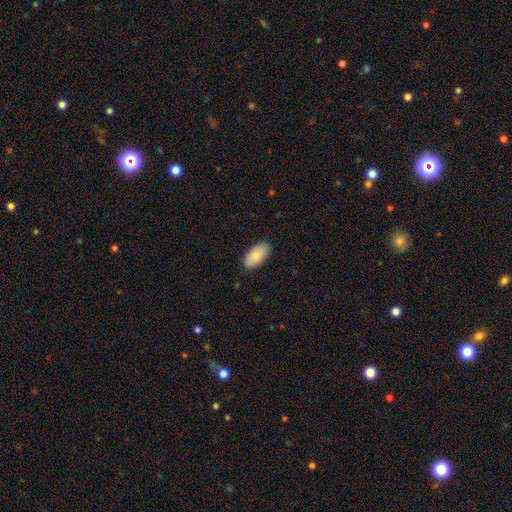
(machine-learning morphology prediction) A smooth galaxy with no disk features (87%) that is in between round and cigar-shaped (95%).

Vote fractions:
- Smooth or featured? smooth: 87% / featured or disk: 7% / star or artifact: 6%
- How rounded? in between: 95% / cigar-shaped: 3% / round: 2%
- Merging? none: 86% / minor disturbance: 11% / major disturbance: 2% / merger: 1%